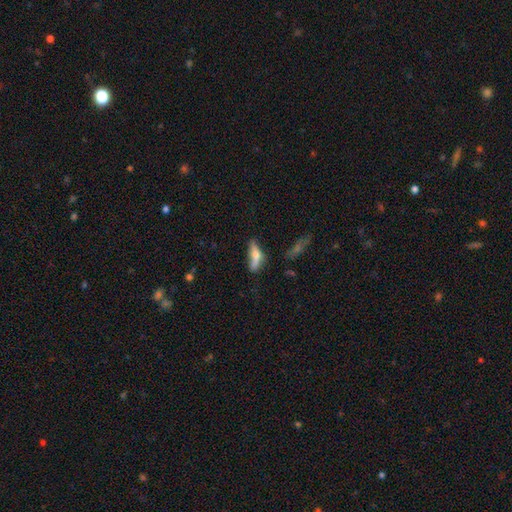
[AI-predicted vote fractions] smooth-or-featured: smooth: 56% | featured or disk: 36% | star or artifact: 9%
  how-rounded: cigar-shaped: 52% | in between: 45% | round: 3%
  merging: none: 40% | minor disturbance: 27% | major disturbance: 20% | merger: 12%